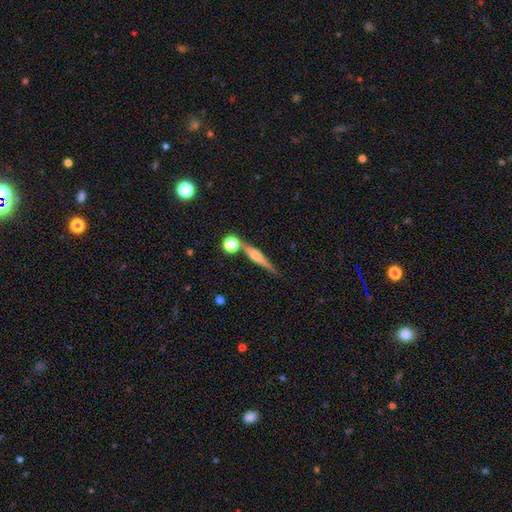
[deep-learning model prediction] smooth_or_featured: featured or disk (p=0.59) [alt: smooth p=0.32]
disk_edge_on: yes (p=0.96) [alt: no p=0.04]
edge_on_bulge: rounded (p=0.72) [alt: boxy p=0.17]
merging: none (p=0.72) [alt: merger p=0.13]